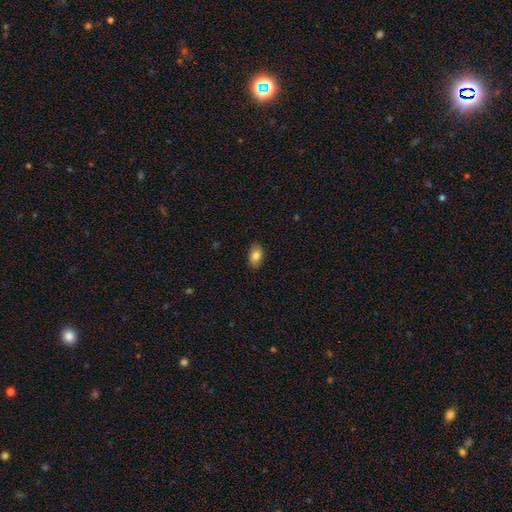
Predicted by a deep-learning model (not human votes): smooth 83%, featured or disk 9%, star or artifact 8%. Down the decision tree: how rounded — in between (89%); merging — none (86%).